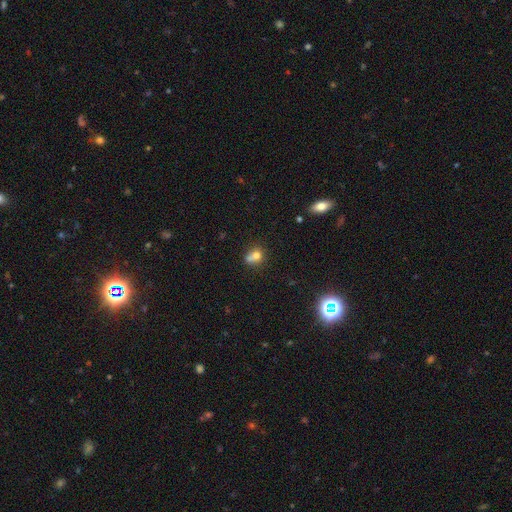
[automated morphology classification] This appears to be a smooth galaxy with no disk features (71%) that is round (69%). Merging: merger (46%).